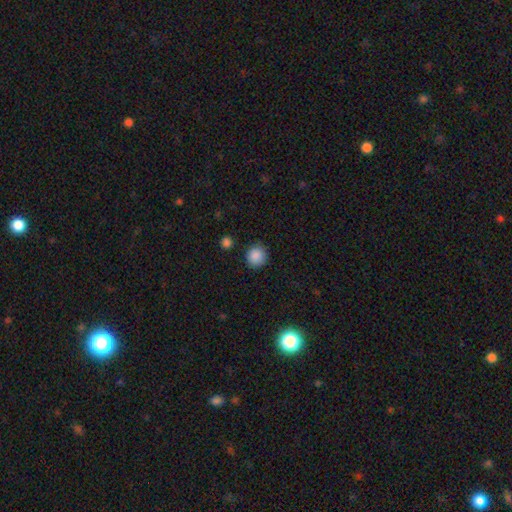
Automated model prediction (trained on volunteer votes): Overall: smooth (88%). How rounded: round (89%). Merging: none (87%).